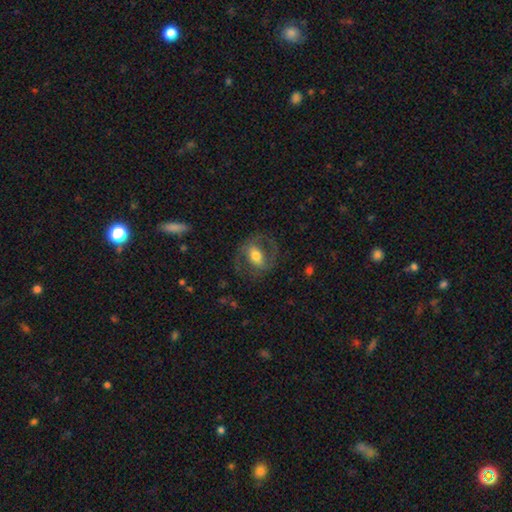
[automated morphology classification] This is likely a featured or disk galaxy (61%). It is clearly not viewed edge-on (95%). Bar: marginally weak (38%). Spiral arm pattern: likely yes (73%). Central bulge: likely moderate (62%). Merging: likely none (68%).